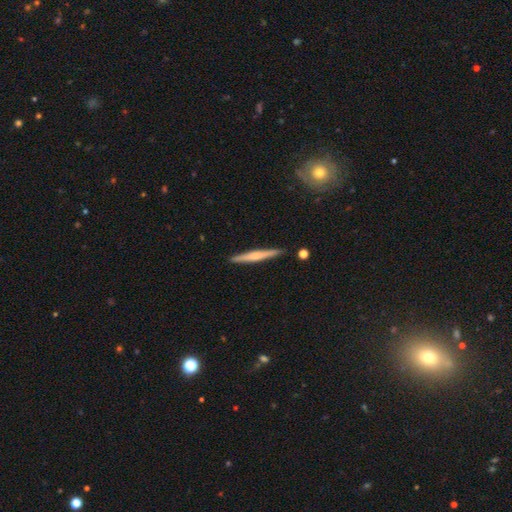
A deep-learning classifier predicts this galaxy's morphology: Smooth or featured: featured or disk — 55% (smooth — 40%)
Edge-on disk: yes — 98% (no — 2%)
Edge-on bulge: rounded — 53% (none — 33%)
Merging: none — 90% (minor disturbance — 7%)